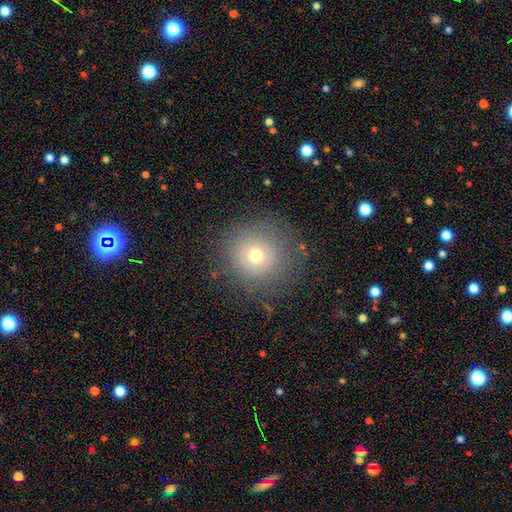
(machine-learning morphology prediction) Smooth or featured? smooth (64%)
How rounded? round (93%)
Merging? none (79%)